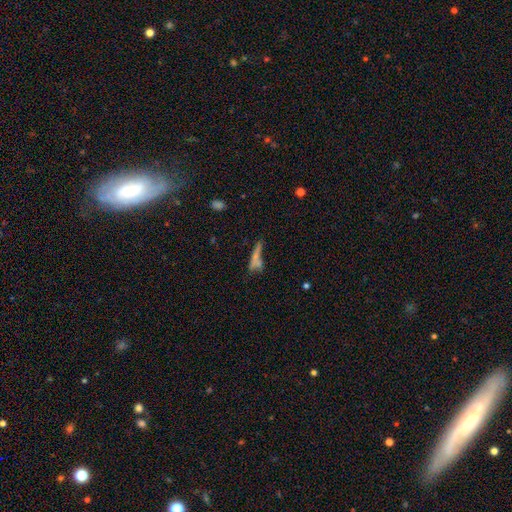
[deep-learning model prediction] This is possibly a smooth galaxy (51%). How rounded: likely cigar-shaped (69%). Merging: marginally none (42%).